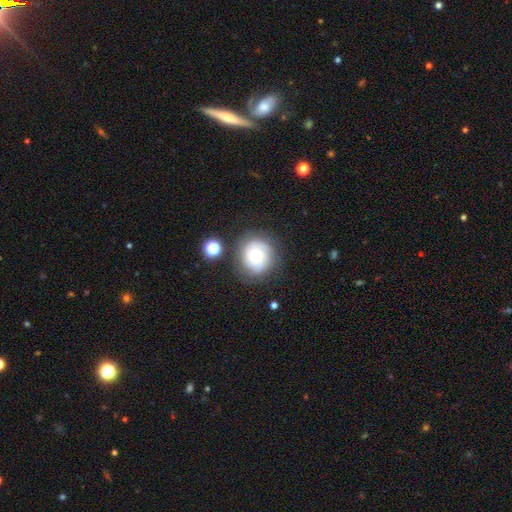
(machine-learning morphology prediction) The model was most divided on "smooth or featured": featured or disk: 57%, smooth: 34%, star or artifact: 10%. More confident: edge-on disk — no (97%); spiral arms — yes (85%); bar — no (78%); merging — none (74%); bulge size — moderate (63%).